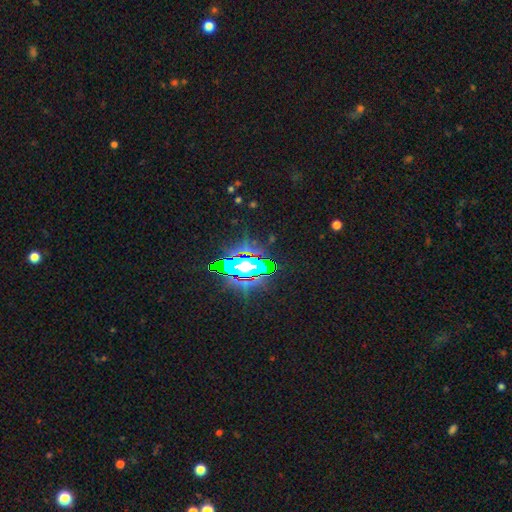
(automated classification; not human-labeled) Smooth or featured? Predicted: star or artifact (p=0.74).